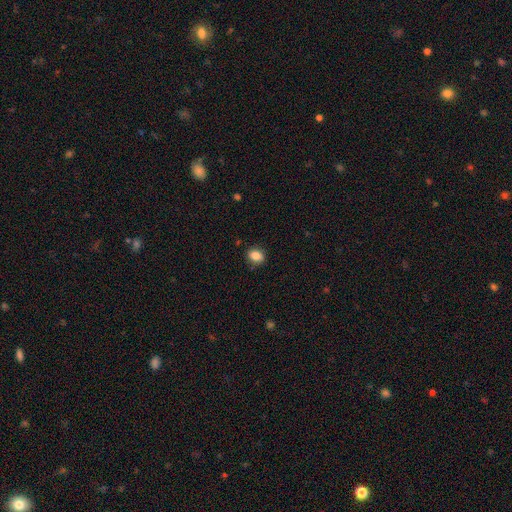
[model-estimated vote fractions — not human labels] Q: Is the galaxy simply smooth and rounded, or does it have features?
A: smooth — 85%.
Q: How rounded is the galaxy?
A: in between — 59%.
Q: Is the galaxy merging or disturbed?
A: none — 86%.